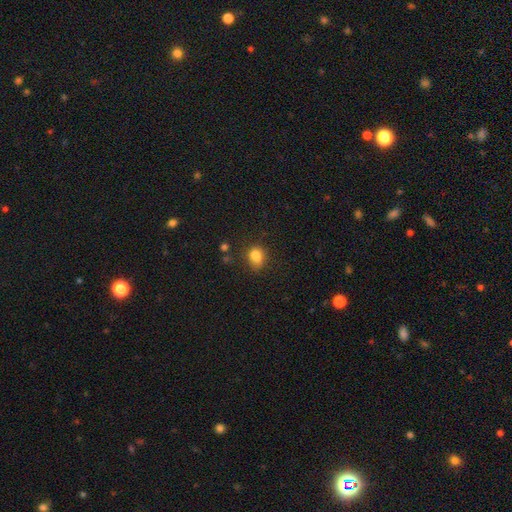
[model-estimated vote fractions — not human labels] Smooth or featured: smooth — 83% (star or artifact — 11%)
How rounded: in between — 52% (round — 47%)
Merging: none — 72% (minor disturbance — 19%)